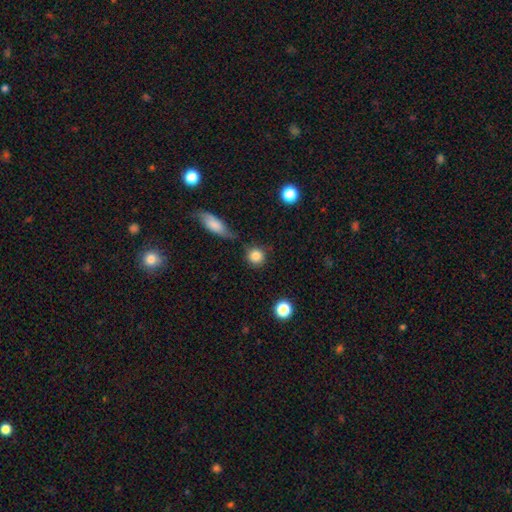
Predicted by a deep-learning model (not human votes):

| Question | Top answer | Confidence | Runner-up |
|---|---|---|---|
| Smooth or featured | smooth | 85% | star or artifact (9%) |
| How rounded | round | 90% | in between (9%) |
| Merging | none | 76% | minor disturbance (13%) |